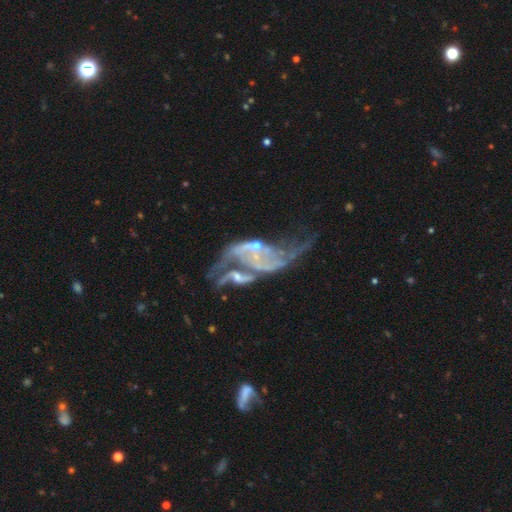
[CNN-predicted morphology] type=featured or disk (83%); edge-on=no (96%); bar=no (59%); spiral arms=yes (76%); winding=loose (72%); arm count=2 (62%); bulge=small (53%); merging=merger (46%).